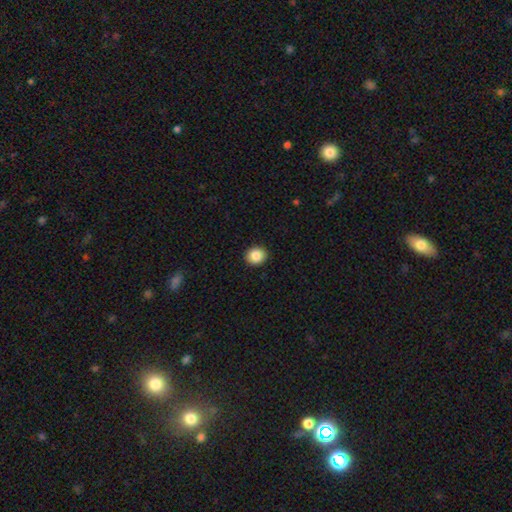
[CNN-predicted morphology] Smooth or featured? smooth (87%)
How rounded? round (79%)
Merging? none (92%)